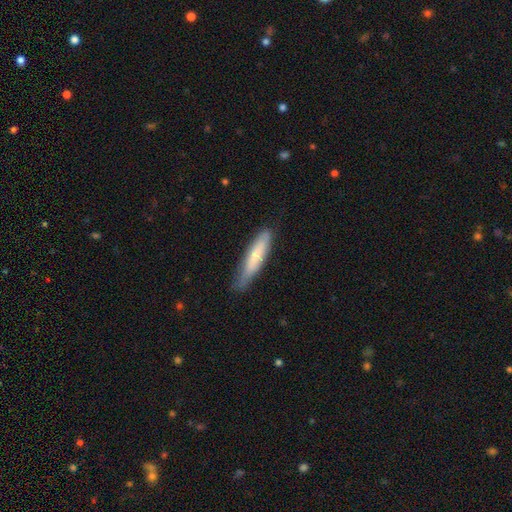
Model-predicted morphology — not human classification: Smooth or featured? smooth (66%)
How rounded? cigar-shaped (83%)
Merging? none (67%)